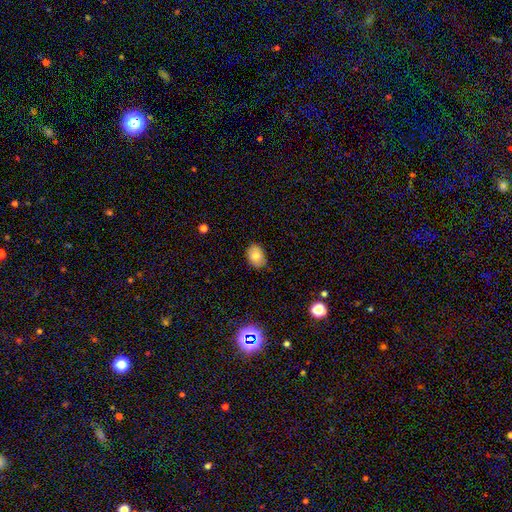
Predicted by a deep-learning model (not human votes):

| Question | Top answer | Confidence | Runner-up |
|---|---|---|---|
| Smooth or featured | smooth | 78% | featured or disk (13%) |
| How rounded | in between | 68% | round (31%) |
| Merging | none | 78% | minor disturbance (17%) |